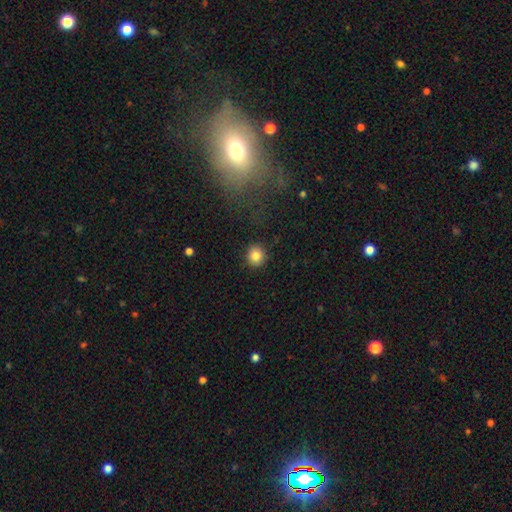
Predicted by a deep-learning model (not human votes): This appears to be a smooth galaxy with no disk features (83%) that is round (89%). Merging: none (90%).